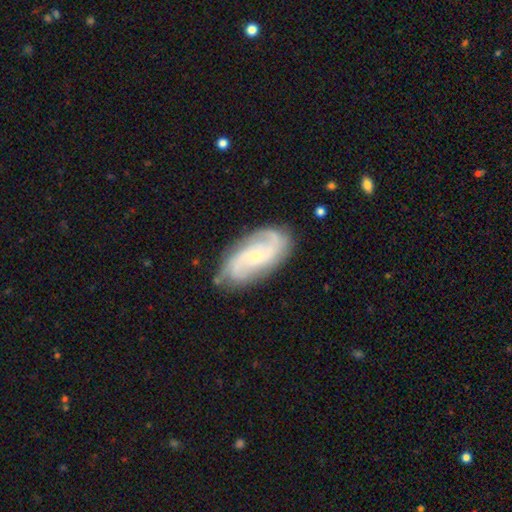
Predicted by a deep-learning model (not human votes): smooth_or_featured: featured or disk (p=0.82) [alt: smooth p=0.12]
disk_edge_on: no (p=0.96) [alt: yes p=0.04]
bar: no (p=0.61) [alt: weak p=0.32]
has_spiral_arms: yes (p=0.96) [alt: no p=0.04]
spiral_winding: medium (p=0.46) [alt: tight p=0.35]
spiral_arm_count: 2 (p=0.57) [alt: 3 p=0.17]
bulge_size: small (p=0.76) [alt: moderate p=0.19]
merging: none (p=0.78) [alt: minor disturbance p=0.16]